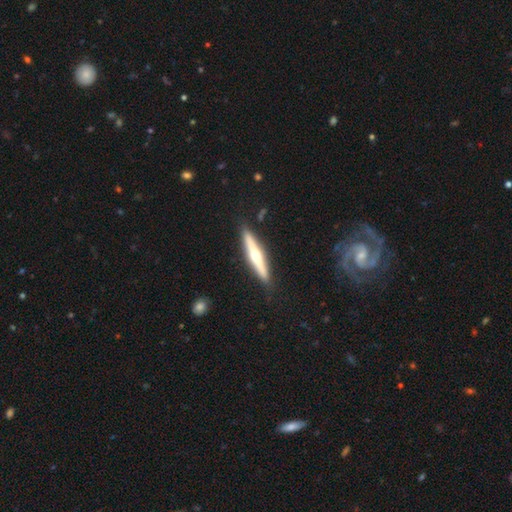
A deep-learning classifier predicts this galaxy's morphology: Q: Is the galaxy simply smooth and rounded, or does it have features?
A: featured or disk — 64%.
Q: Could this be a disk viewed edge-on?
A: yes — 96%.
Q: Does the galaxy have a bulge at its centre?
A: rounded — 91%.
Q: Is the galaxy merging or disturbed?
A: none — 89%.